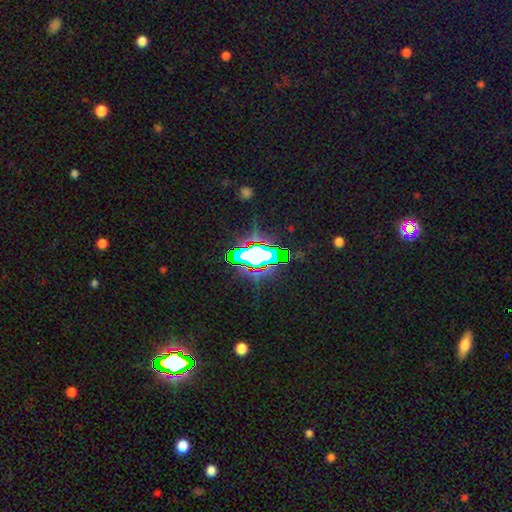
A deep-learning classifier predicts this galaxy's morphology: The model was most divided on "smooth or featured": star or artifact: 59%, smooth: 23%, featured or disk: 18%.